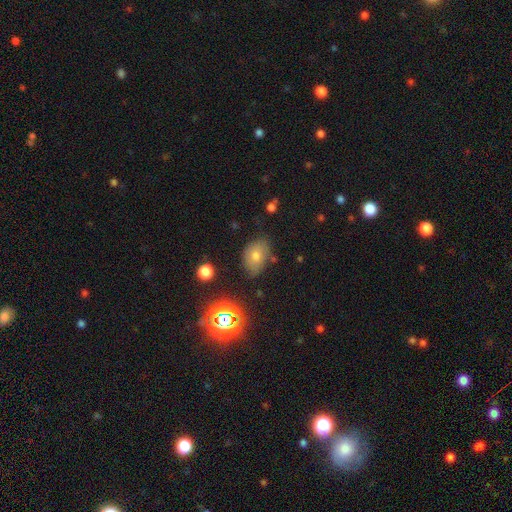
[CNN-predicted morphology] Smooth or featured? smooth (64%)
How rounded? in between (78%)
Merging? none (71%)